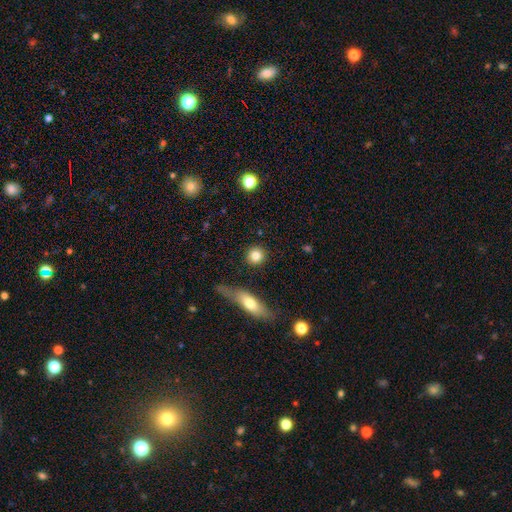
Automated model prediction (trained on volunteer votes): Morphology: type=smooth (84%); roundness=round (90%); merging=none (88%).